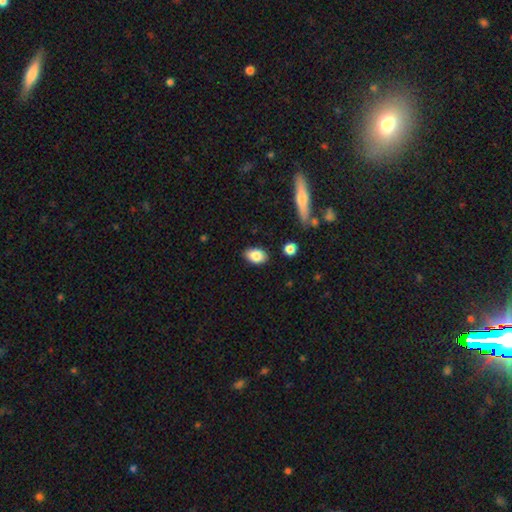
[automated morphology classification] smooth 86%, star or artifact 7%, featured or disk 7%. Down the decision tree: how rounded — in between (88%); merging — none (84%).